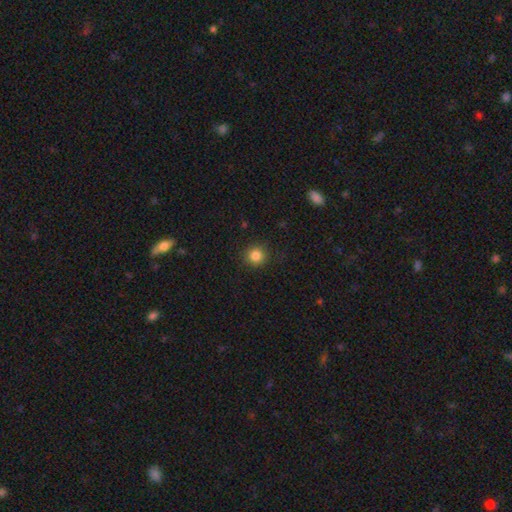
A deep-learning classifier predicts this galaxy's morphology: Smooth or featured? Predicted: smooth (p=0.84). How rounded? Predicted: round (p=0.93). Merging? Predicted: none (p=0.91).